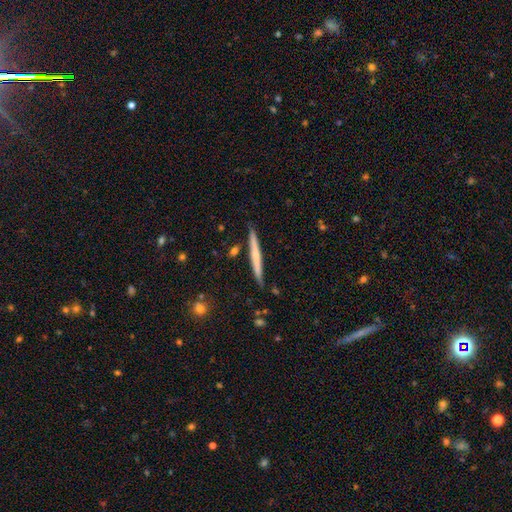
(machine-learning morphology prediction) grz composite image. It shows a smooth galaxy with no disk features (48%). Merging: none (87%).